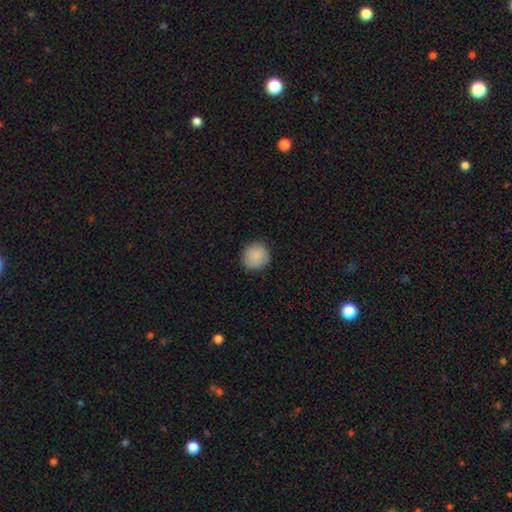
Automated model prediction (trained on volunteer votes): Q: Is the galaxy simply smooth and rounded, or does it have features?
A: smooth — 88%.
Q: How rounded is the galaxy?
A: round — 94%.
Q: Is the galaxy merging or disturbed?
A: none — 88%.